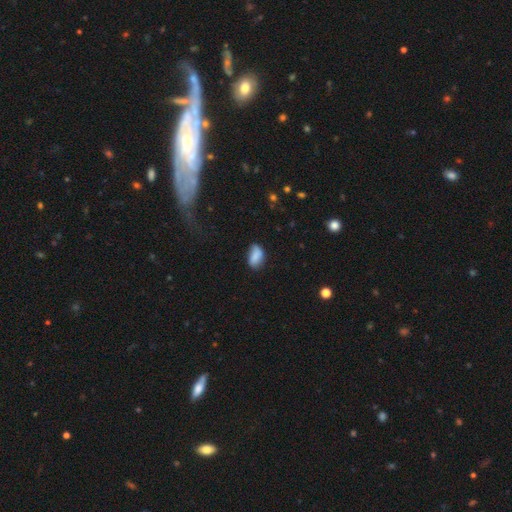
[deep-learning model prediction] A smooth galaxy with no disk features (82%) that is in between round and cigar-shaped (90%).

Vote fractions:
- Smooth or featured? smooth: 82% / featured or disk: 10% / star or artifact: 8%
- How rounded? in between: 90% / round: 8% / cigar-shaped: 2%
- Merging? none: 63% / minor disturbance: 28% / major disturbance: 6% / merger: 2%